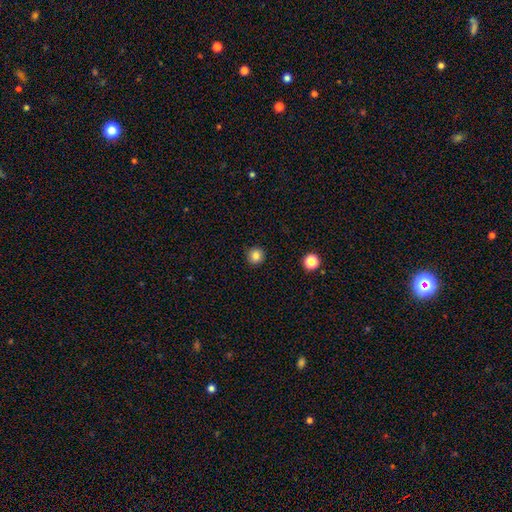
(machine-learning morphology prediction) Smooth or featured?
  - smooth: 83% *
  - star or artifact: 12%
  - featured or disk: 5%
How rounded?
  - round: 94% *
  - in between: 5%
  - cigar-shaped: 1%
Merging?
  - none: 91% *
  - minor disturbance: 6%
  - major disturbance: 2%
  - merger: 1%